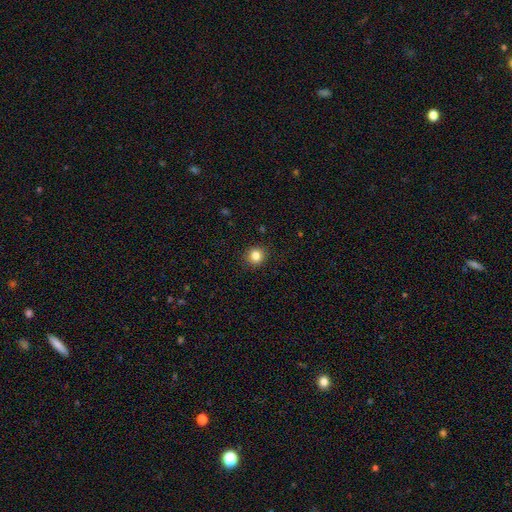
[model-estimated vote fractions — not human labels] Q: Smooth or featured?
A: smooth (83%); runner-up: star or artifact (11%)
Q: How rounded?
A: round (88%); runner-up: in between (11%)
Q: Merging?
A: none (91%); runner-up: minor disturbance (6%)